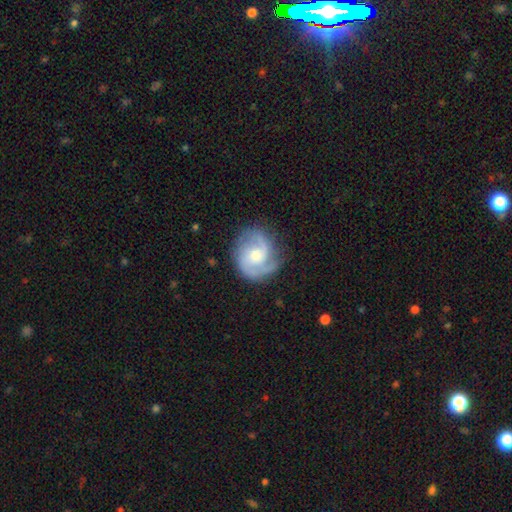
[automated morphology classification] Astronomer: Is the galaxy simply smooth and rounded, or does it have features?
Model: featured or disk — 84%.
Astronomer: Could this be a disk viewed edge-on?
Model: no — 98%.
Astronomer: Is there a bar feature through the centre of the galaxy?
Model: no — 58% (runner-up: weak, 36%).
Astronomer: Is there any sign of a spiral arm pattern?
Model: yes — 97%.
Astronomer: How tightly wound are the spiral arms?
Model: medium — 52% (runner-up: tight, 34%).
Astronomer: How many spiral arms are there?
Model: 2 — 73%.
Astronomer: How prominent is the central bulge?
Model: moderate — 58%.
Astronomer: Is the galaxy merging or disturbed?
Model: none — 76%.